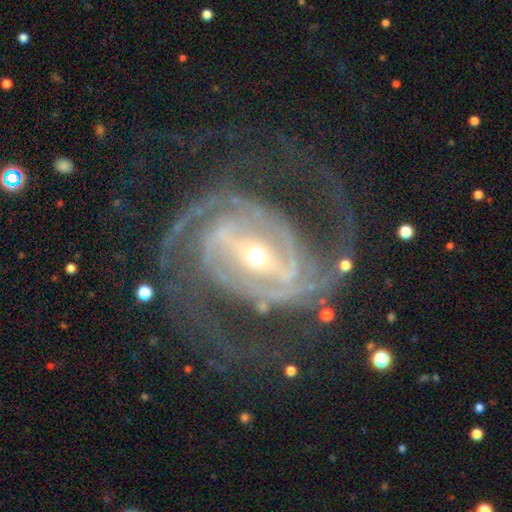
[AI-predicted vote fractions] smooth_or_featured: featured or disk (p=0.93) [alt: star or artifact p=0.05]
disk_edge_on: no (p=0.97) [alt: yes p=0.03]
bar: strong (p=0.62) [alt: weak p=0.28]
has_spiral_arms: yes (p=0.98) [alt: no p=0.02]
spiral_winding: medium (p=0.49) [alt: tight p=0.41]
spiral_arm_count: 2 (p=0.69) [alt: 3 p=0.12]
bulge_size: small (p=0.60) [alt: moderate p=0.35]
merging: none (p=0.70) [alt: major disturbance p=0.15]